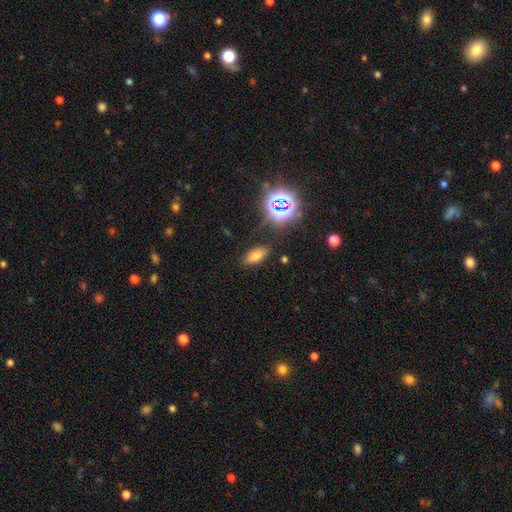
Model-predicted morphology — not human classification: This is likely a smooth galaxy (66%). How rounded: clearly in between (83%). Merging: clearly none (84%).